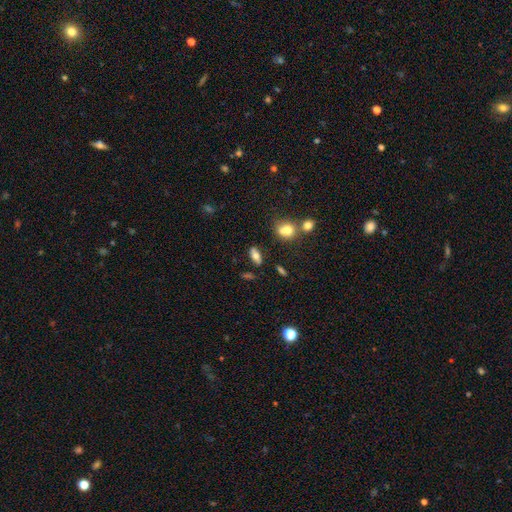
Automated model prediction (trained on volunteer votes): This is likely a smooth galaxy (63%). How rounded: likely in between (79%). Merging: likely none (74%).